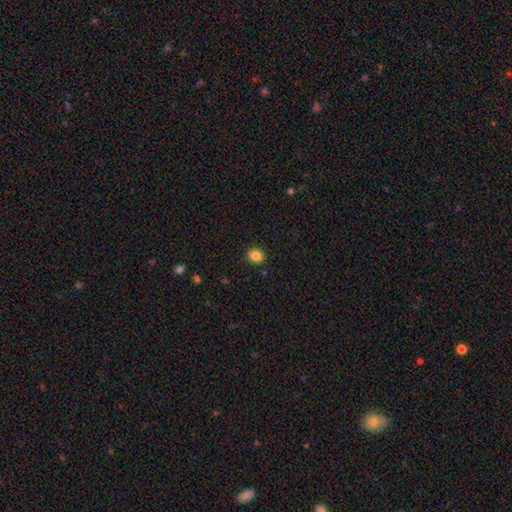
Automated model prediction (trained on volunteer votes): This is clearly a smooth galaxy (85%). How rounded: likely round (76%). Merging: clearly none (90%).